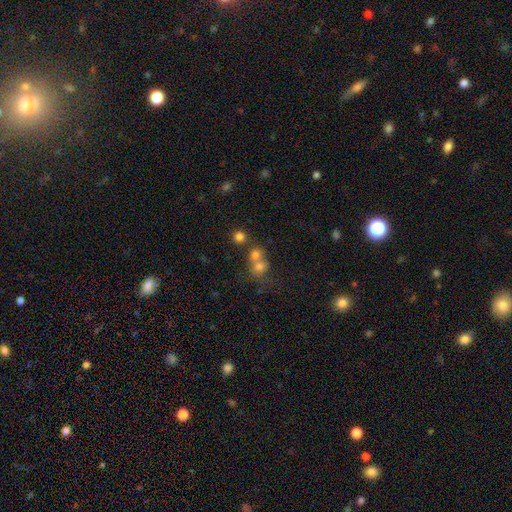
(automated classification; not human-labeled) Smooth or featured? Predicted: smooth (p=0.69). How rounded? Predicted: round (p=0.79). Merging? Predicted: merger (p=0.51).